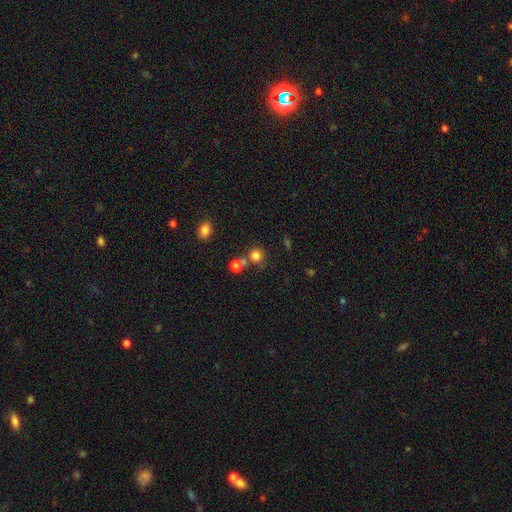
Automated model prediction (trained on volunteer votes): This appears to be a smooth galaxy with no disk features (78%) that is round (88%). Merging: none (62%).